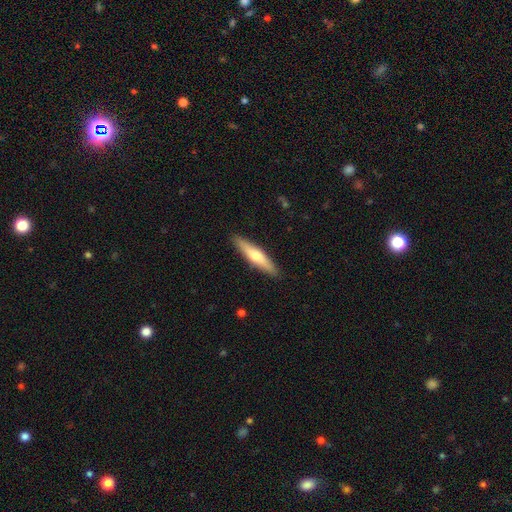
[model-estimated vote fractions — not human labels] The model was most divided on "smooth or featured": smooth: 55%, featured or disk: 39%, star or artifact: 5%. More confident: merging — none (90%); how rounded — cigar-shaped (85%).